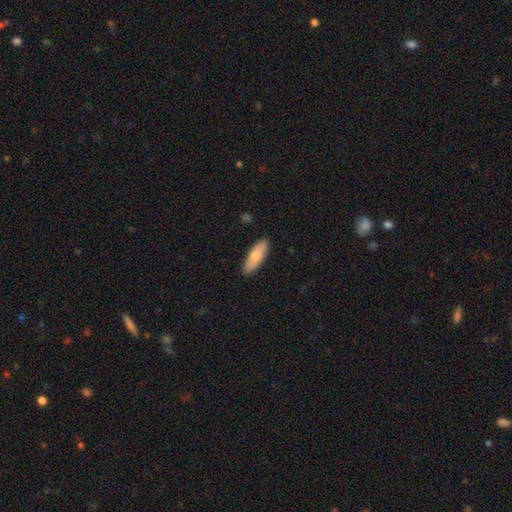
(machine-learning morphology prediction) This appears to be a smooth galaxy with no disk features (76%) that is in between round and cigar-shaped (66%). Merging: none (87%).